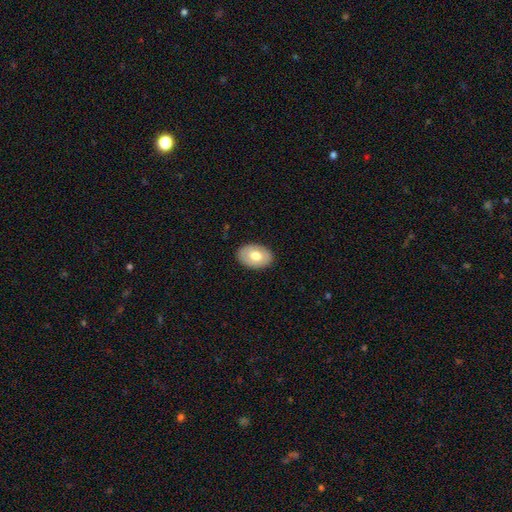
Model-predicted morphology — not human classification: Q: Smooth or featured?
A: smooth (69%); runner-up: featured or disk (25%)
Q: How rounded?
A: in between (84%); runner-up: round (15%)
Q: Merging?
A: none (88%); runner-up: minor disturbance (9%)